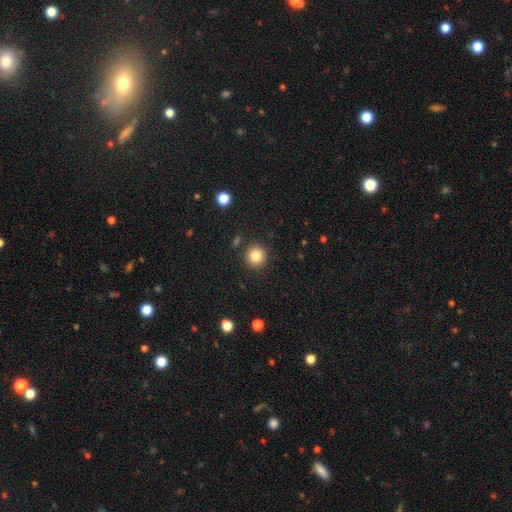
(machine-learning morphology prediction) The model was most divided on "smooth or featured": smooth: 85%, star or artifact: 10%, featured or disk: 5%. More confident: how rounded — round (93%); merging — none (90%).